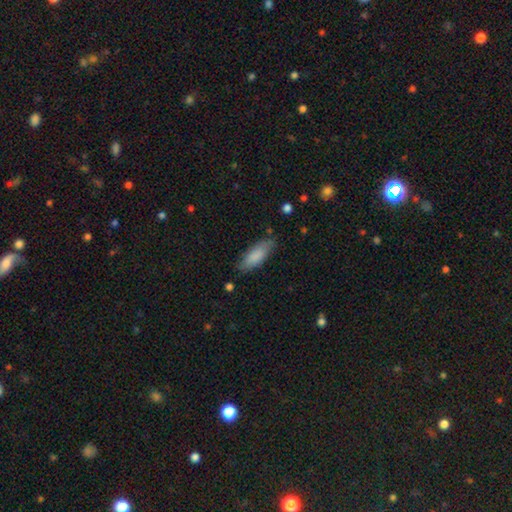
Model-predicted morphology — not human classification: Smooth or featured? smooth (85%)
How rounded? in between (68%)
Merging? none (78%)